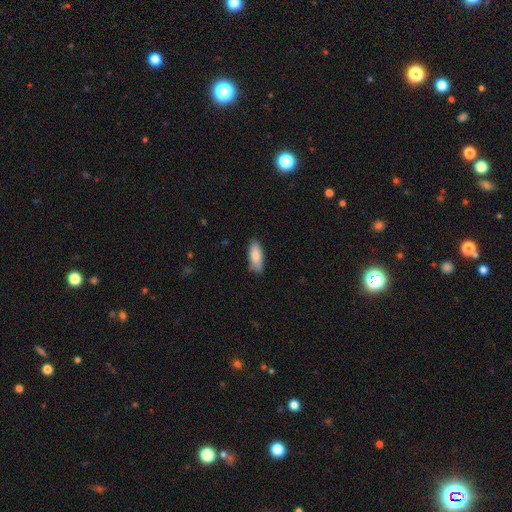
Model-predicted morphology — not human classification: This appears to be a smooth galaxy with no disk features (83%) that is in between round and cigar-shaped (74%). Merging: none (80%).